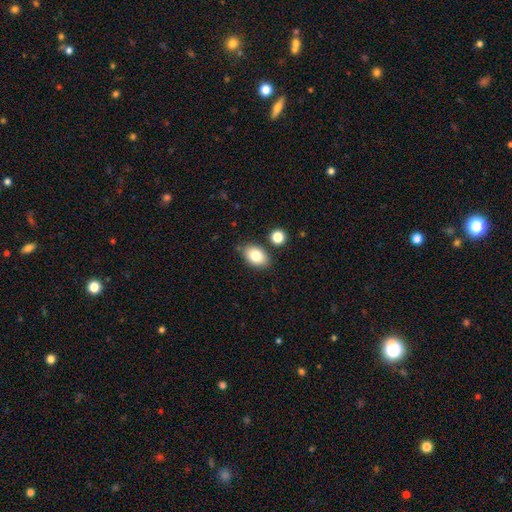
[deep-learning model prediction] Overall: smooth (81%). How rounded: in between (84%). Merging: none (80%).